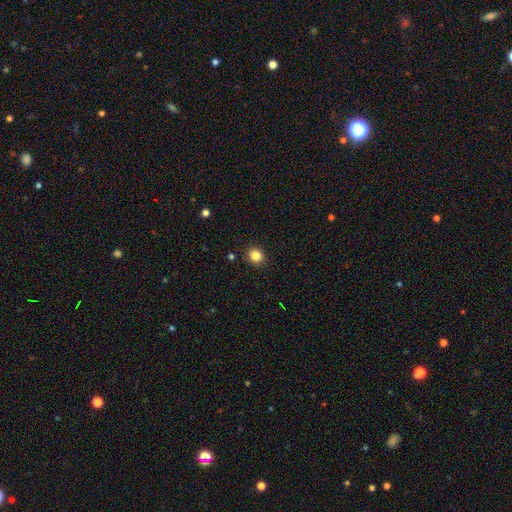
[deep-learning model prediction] A smooth galaxy with no disk features (84%) that is round (79%). Merging: none (91%).